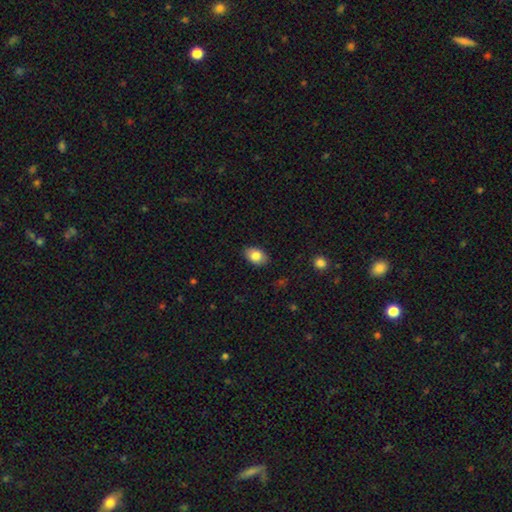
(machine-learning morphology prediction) Smooth or featured?
  - smooth: 83% *
  - featured or disk: 9%
  - star or artifact: 8%
How rounded?
  - in between: 85% *
  - round: 14%
  - cigar-shaped: 1%
Merging?
  - none: 87% *
  - minor disturbance: 10%
  - major disturbance: 2%
  - merger: 1%